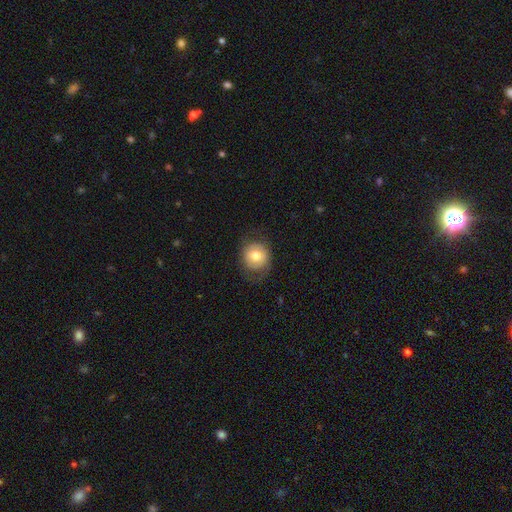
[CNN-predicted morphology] Smooth or featured? Predicted: smooth (p=0.65). How rounded? Predicted: round (p=0.82). Merging? Predicted: none (p=0.71).